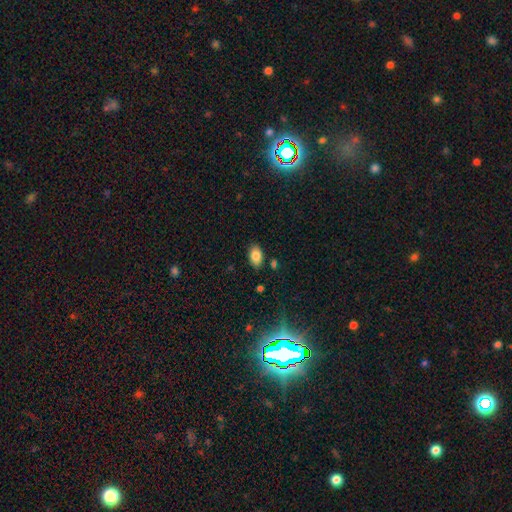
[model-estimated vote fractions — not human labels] smooth 84%, star or artifact 9%, featured or disk 7%. Down the decision tree: how rounded — in between (88%); merging — none (84%).